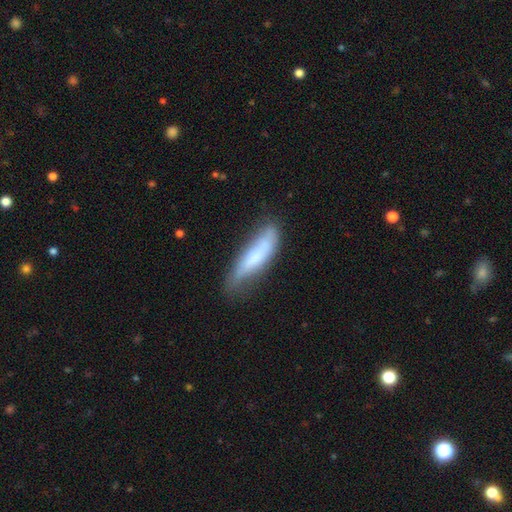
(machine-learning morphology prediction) This appears to be a smooth galaxy with no disk features (63%) that is cigar-shaped (67%). Merging: none (50%).